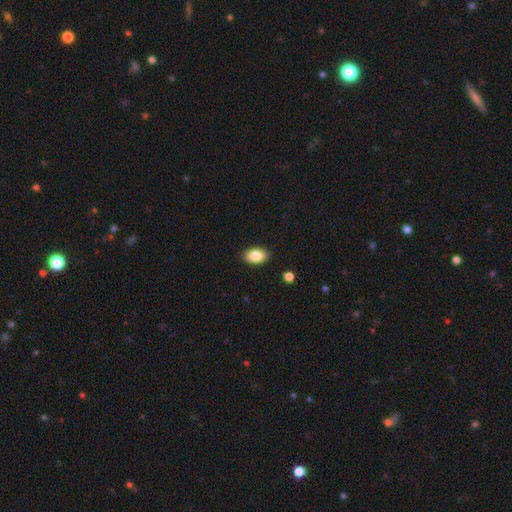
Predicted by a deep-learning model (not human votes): Overall: smooth (85%). How rounded: in between (89%). Merging: none (89%).